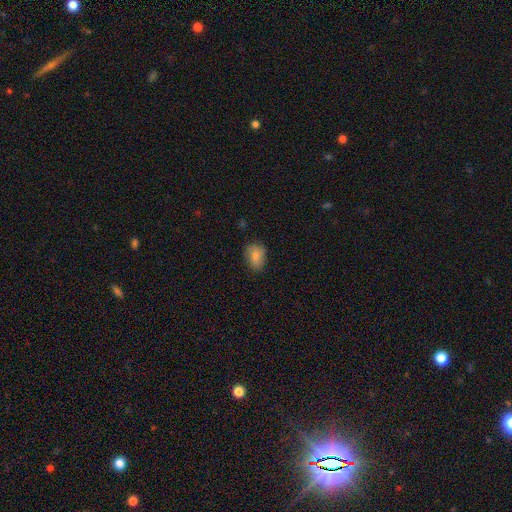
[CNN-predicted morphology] Smooth or featured: smooth — 82% (featured or disk — 10%)
How rounded: in between — 75% (round — 23%)
Merging: none — 75% (minor disturbance — 20%)